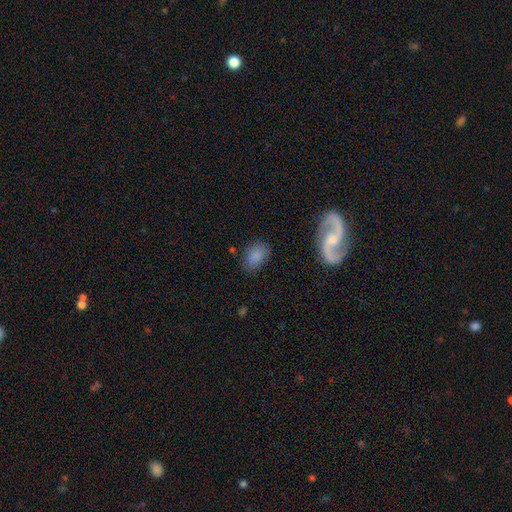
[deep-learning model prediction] smooth_or_featured: smooth (p=0.83) [alt: star or artifact p=0.09]
how_rounded: in between (p=0.87) [alt: round p=0.12]
merging: none (p=0.76) [alt: minor disturbance p=0.17]